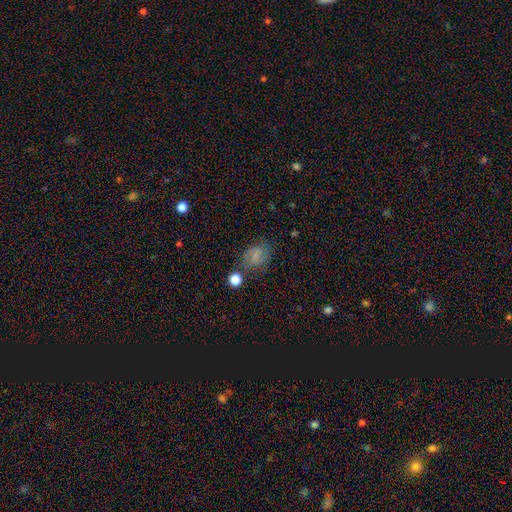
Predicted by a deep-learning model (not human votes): A smooth galaxy with no disk features (60%) that is in between round and cigar-shaped (59%). Merging: none (63%).